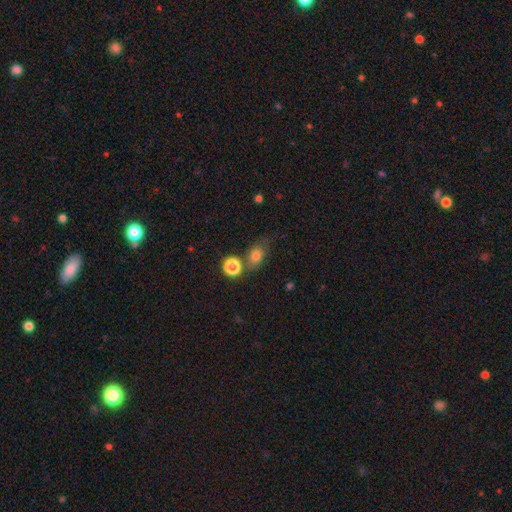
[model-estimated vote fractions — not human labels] This appears to be a smooth galaxy with no disk features (75%) that is in between round and cigar-shaped (59%). Merging: none (58%).